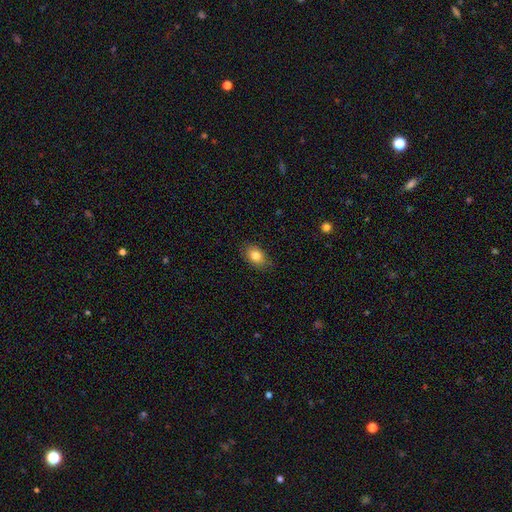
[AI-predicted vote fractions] The model was most divided on "merging": none: 82%, minor disturbance: 14%, major disturbance: 3%, merger: 1%. More confident: how rounded — in between (85%); smooth or featured — smooth (82%).